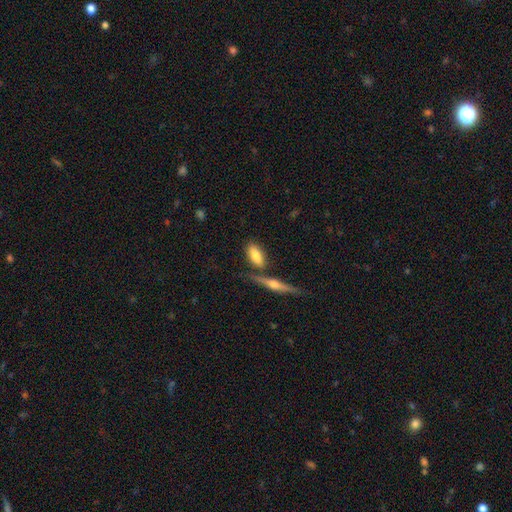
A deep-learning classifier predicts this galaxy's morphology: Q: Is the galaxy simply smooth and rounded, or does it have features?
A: smooth — 75%.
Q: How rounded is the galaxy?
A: in between — 83%.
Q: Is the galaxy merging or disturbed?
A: none — 64%.